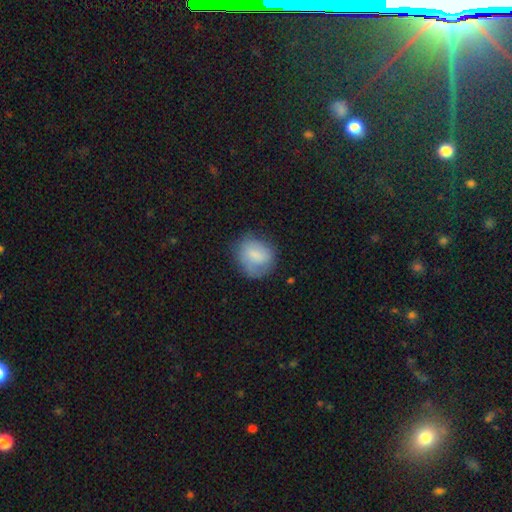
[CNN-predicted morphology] This appears to be a smooth galaxy with no disk features (75%) that is round (71%). Merging: none (62%).